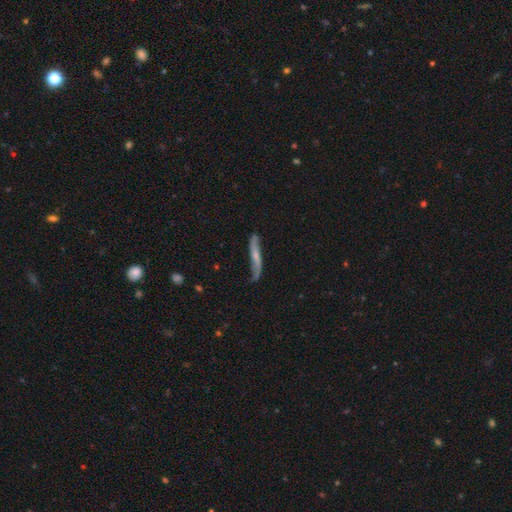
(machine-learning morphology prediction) Smooth or featured? featured or disk (58%)
Edge-on disk? yes (55%)
Merging? none (59%)